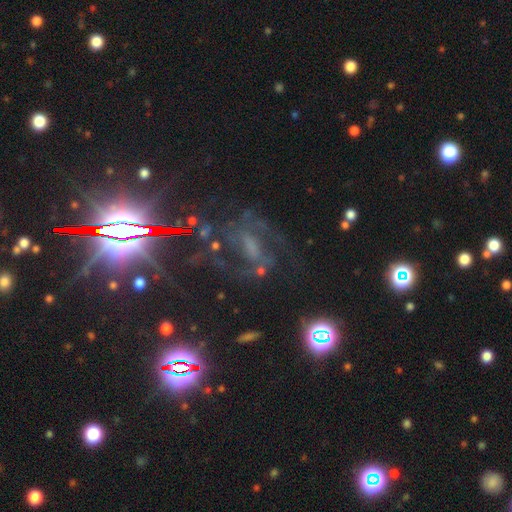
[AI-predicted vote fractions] This is possibly a featured or disk galaxy (51%). It is clearly not viewed edge-on (88%). Merging: possibly none (58%).